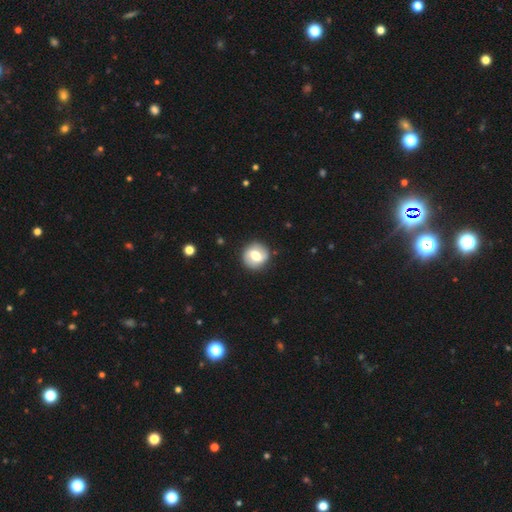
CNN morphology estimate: This is possibly a smooth galaxy (53%). How rounded: clearly round (86%). Merging: clearly none (86%).